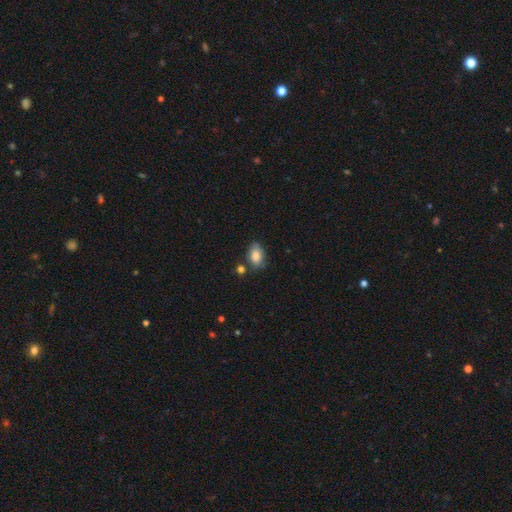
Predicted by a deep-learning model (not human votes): This appears to be a smooth galaxy with no disk features (84%) that is in between round and cigar-shaped (86%). Merging: none (63%).